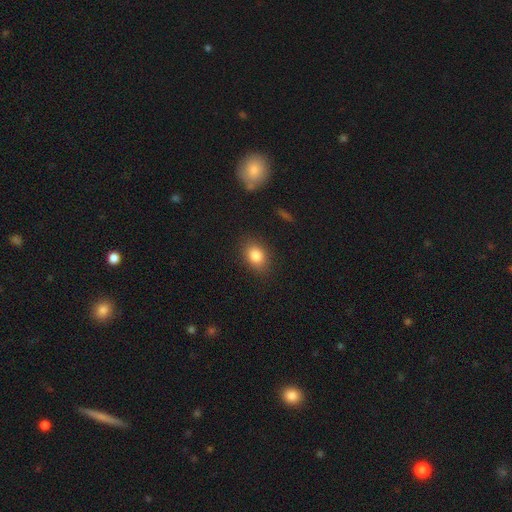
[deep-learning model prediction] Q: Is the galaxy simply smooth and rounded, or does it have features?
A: smooth — 83%.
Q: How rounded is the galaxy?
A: in between — 68%.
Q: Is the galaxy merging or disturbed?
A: none — 85%.